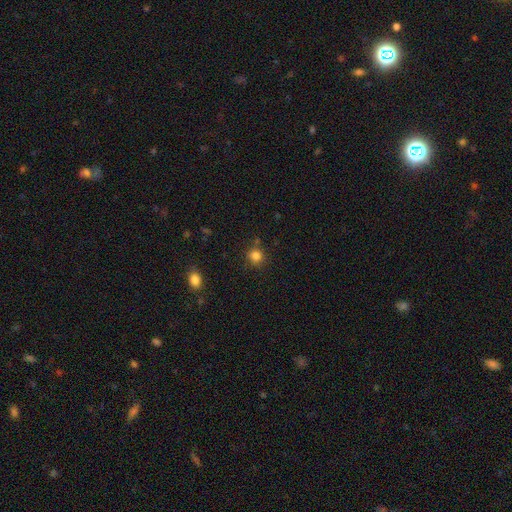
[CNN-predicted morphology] Smooth or featured? Predicted: smooth (p=0.82). How rounded? Predicted: round (p=0.90). Merging? Predicted: none (p=0.81).